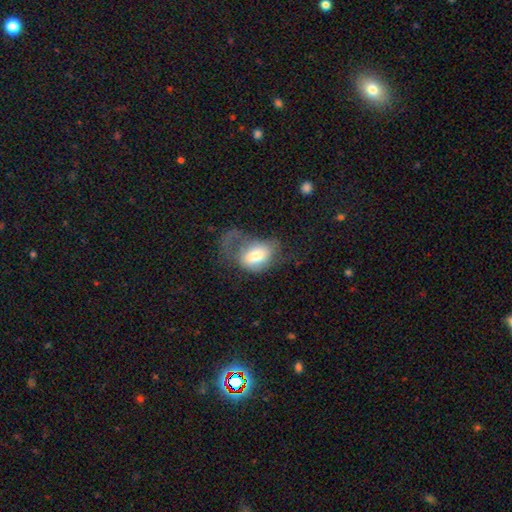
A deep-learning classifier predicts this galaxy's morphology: This appears to be a smooth galaxy with no disk features (65%) that is in between round and cigar-shaped (73%). Merging: major disturbance (56%).